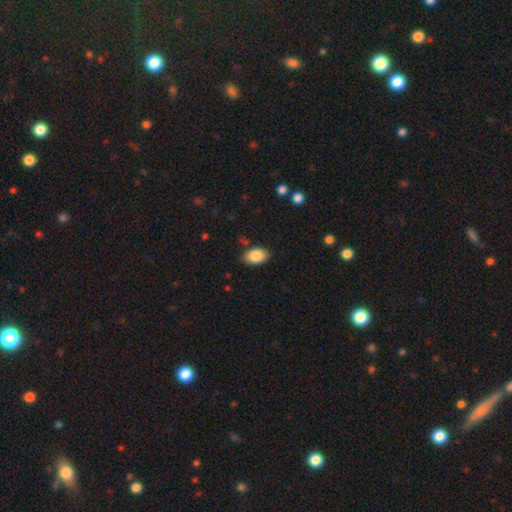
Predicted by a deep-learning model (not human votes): Q: Smooth or featured?
A: smooth (86%); runner-up: featured or disk (7%)
Q: How rounded?
A: in between (91%); runner-up: round (8%)
Q: Merging?
A: none (83%); runner-up: minor disturbance (13%)